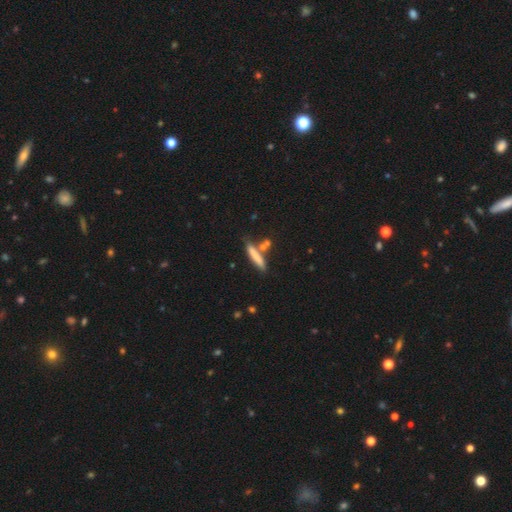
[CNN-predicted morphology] smooth-or-featured: smooth: 74% | featured or disk: 19% | star or artifact: 7%
  how-rounded: cigar-shaped: 89% | in between: 9% | round: 2%
  merging: none: 70% | merger: 14% | minor disturbance: 13% | major disturbance: 4%